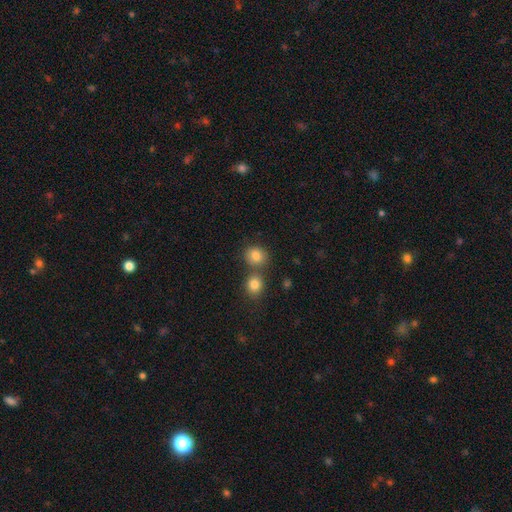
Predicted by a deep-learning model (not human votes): smooth 83%, star or artifact 11%, featured or disk 6%. Down the decision tree: how rounded — round (79%); merging — none (63%).